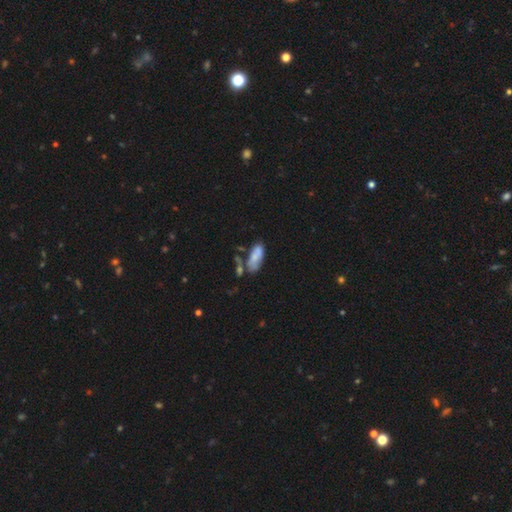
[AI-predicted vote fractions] The model was most divided on "merging": none: 41%, merger: 24%, minor disturbance: 24%, major disturbance: 11%. More confident: how rounded — in between (81%); smooth or featured — smooth (71%).